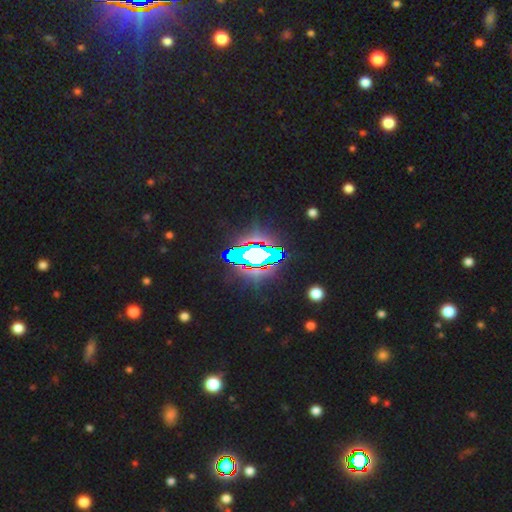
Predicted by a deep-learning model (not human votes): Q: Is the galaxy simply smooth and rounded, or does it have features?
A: star or artifact — 68%.